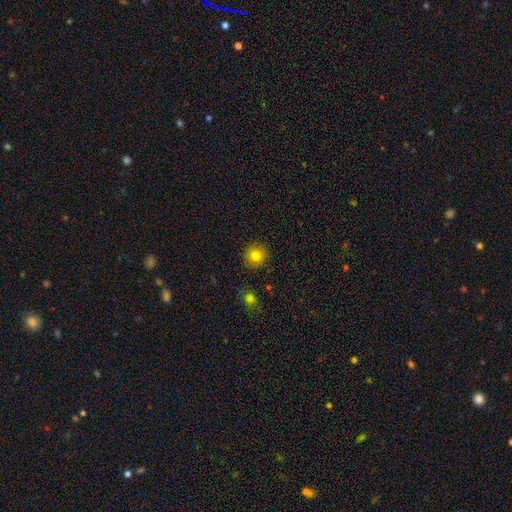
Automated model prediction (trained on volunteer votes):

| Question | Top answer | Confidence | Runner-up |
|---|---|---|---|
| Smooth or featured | smooth | 80% | star or artifact (12%) |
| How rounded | round | 91% | in between (8%) |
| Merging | none | 90% | minor disturbance (7%) |